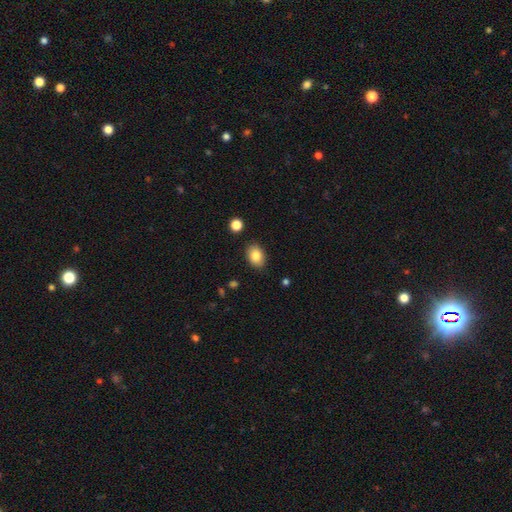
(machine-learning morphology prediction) Q: Smooth or featured?
A: smooth (85%); runner-up: star or artifact (8%)
Q: How rounded?
A: in between (78%); runner-up: round (21%)
Q: Merging?
A: none (87%); runner-up: minor disturbance (9%)